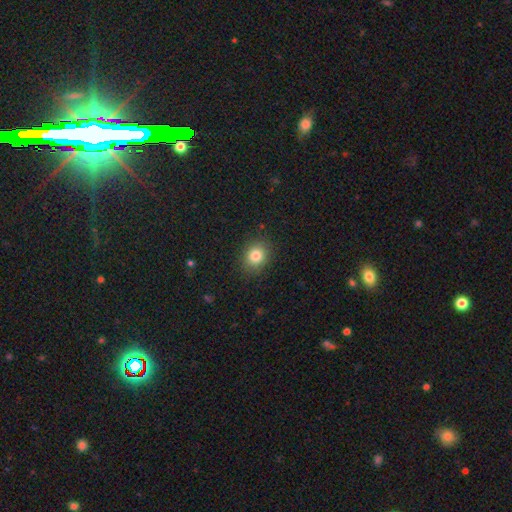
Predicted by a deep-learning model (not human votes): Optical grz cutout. It shows a smooth galaxy with no disk features (83%) that is round (62%). Merging: none (87%).